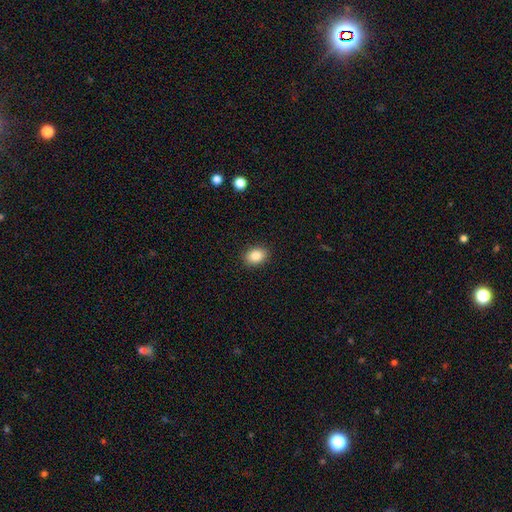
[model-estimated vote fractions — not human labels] Q: Smooth or featured?
A: smooth (86%); runner-up: star or artifact (9%)
Q: How rounded?
A: in between (68%); runner-up: round (30%)
Q: Merging?
A: none (89%); runner-up: minor disturbance (8%)